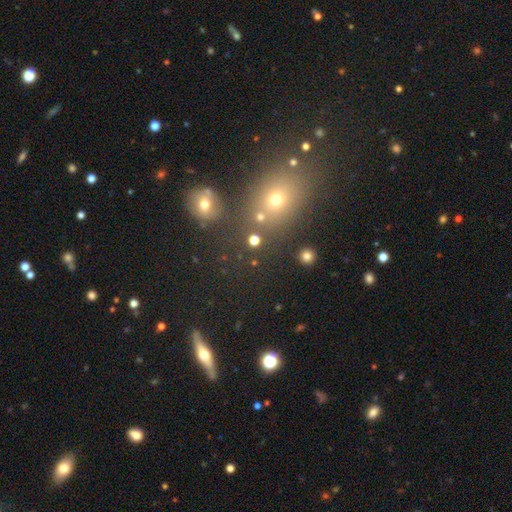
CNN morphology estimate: Smooth or featured? Predicted: smooth (p=0.47). Merging? Predicted: none (p=0.72).